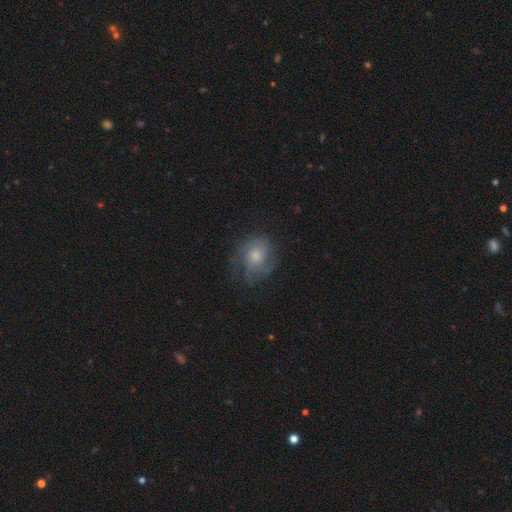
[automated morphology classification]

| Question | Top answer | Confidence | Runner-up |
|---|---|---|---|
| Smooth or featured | featured or disk | 58% | smooth (34%) |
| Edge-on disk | no | 97% | yes (3%) |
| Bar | no | 81% | weak (17%) |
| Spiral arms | yes | 84% | no (16%) |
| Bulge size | moderate | 51% | small (38%) |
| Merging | none | 59% | minor disturbance (23%) |